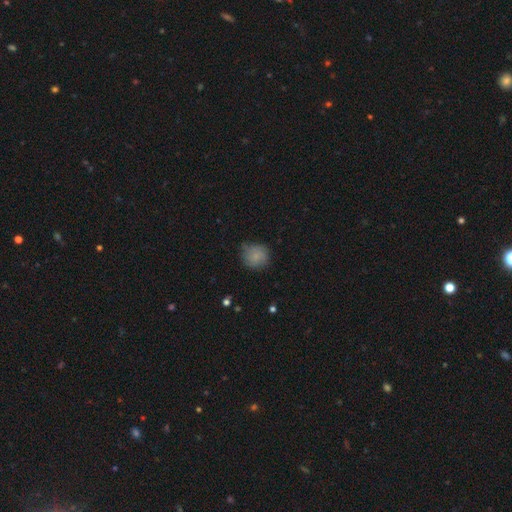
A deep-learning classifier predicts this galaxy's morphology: Smooth or featured: smooth — 75% (featured or disk — 16%)
How rounded: round — 86% (in between — 13%)
Merging: none — 66% (minor disturbance — 26%)